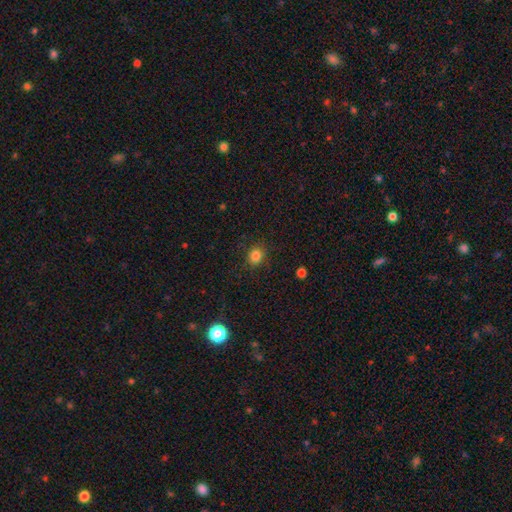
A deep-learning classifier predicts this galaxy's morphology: A smooth galaxy with no disk features (83%) that is round (75%).

Vote fractions:
- Smooth or featured? smooth: 83% / star or artifact: 12% / featured or disk: 5%
- How rounded? round: 75% / in between: 24% / cigar-shaped: 1%
- Merging? none: 87% / minor disturbance: 9% / major disturbance: 3% / merger: 1%